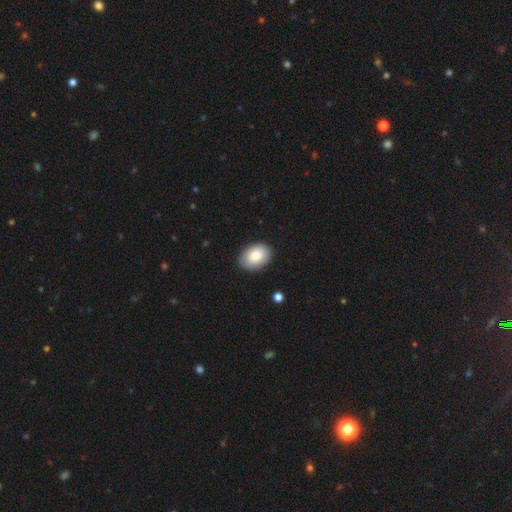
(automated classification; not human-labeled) The model was most divided on "how rounded": in between: 80%, round: 19%, cigar-shaped: 1%. More confident: merging — none (88%); smooth or featured — smooth (85%).